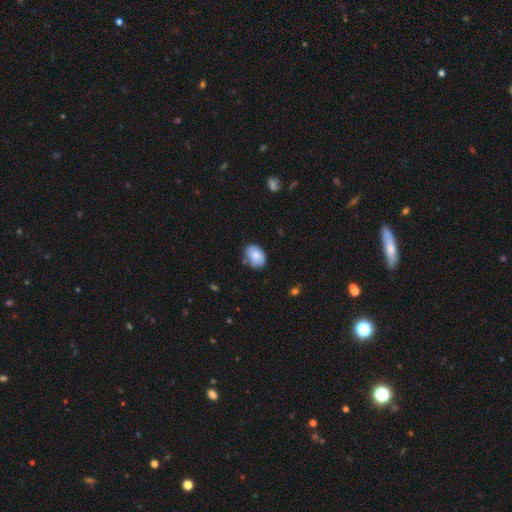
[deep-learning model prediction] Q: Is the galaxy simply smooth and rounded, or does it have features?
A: smooth — 78%.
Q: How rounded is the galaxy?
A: in between — 74%.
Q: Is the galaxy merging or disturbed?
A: none — 68%.